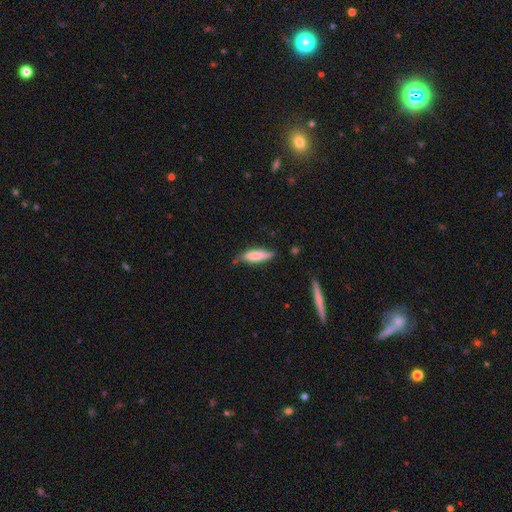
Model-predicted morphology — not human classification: This appears to be a smooth galaxy with no disk features (69%) that is cigar-shaped (65%). Merging: none (55%).